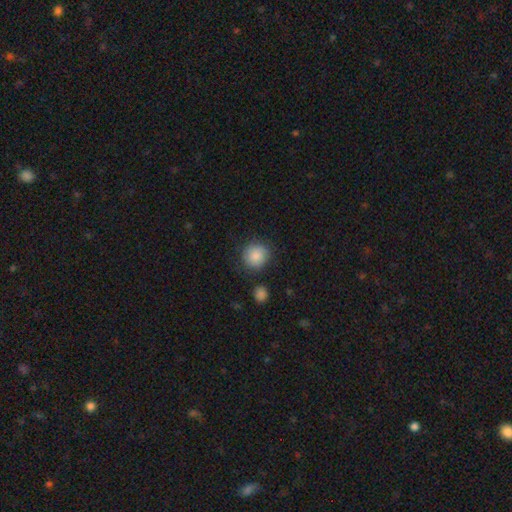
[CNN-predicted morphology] smooth 87%, star or artifact 8%, featured or disk 5%. Down the decision tree: how rounded — round (89%); merging — none (83%).